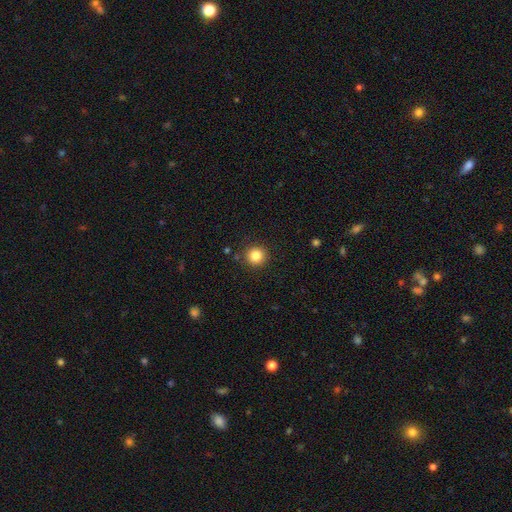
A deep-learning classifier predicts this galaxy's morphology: Overall: smooth (84%). How rounded: round (94%). Merging: none (90%).